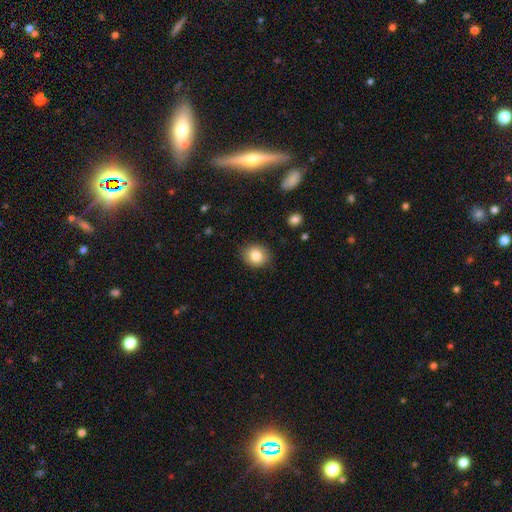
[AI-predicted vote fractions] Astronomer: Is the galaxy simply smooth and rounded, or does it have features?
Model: smooth — 84%.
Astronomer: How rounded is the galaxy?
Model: round — 69%.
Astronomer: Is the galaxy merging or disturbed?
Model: none — 85%.